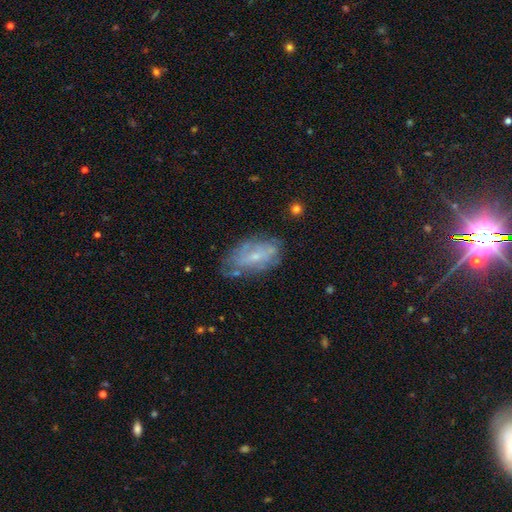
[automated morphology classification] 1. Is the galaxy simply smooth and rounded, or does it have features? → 56% featured or disk, 36% smooth, 8% star or artifact.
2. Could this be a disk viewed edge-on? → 91% no, 9% yes.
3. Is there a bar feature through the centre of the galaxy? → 62% no, 31% weak, 7% strong.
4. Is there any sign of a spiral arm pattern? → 53% yes, 47% no.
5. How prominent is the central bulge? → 69% small, 24% moderate, 5% none, 1% large, 1% dominant.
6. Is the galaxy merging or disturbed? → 60% none, 27% minor disturbance, 10% major disturbance, 3% merger.